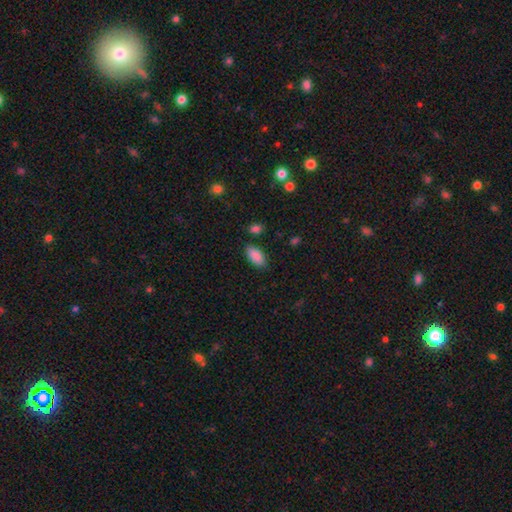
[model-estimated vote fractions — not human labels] This is clearly a smooth galaxy (89%). How rounded: clearly in between (93%). Merging: clearly none (83%).